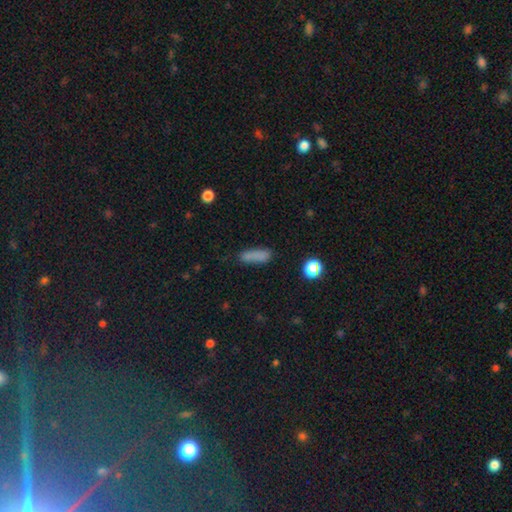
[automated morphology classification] A smooth galaxy with no disk features (80%) that is cigar-shaped (56%).

Vote fractions:
- Smooth or featured? smooth: 80% / star or artifact: 11% / featured or disk: 9%
- How rounded? cigar-shaped: 56% / in between: 41% / round: 3%
- Merging? none: 69% / minor disturbance: 19% / major disturbance: 6% / merger: 5%